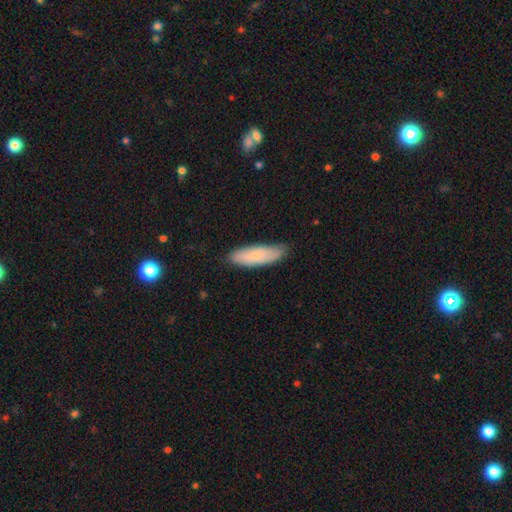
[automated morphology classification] smooth 74%, featured or disk 20%, star or artifact 6%. Down the decision tree: how rounded — cigar-shaped (51%); merging — none (79%).